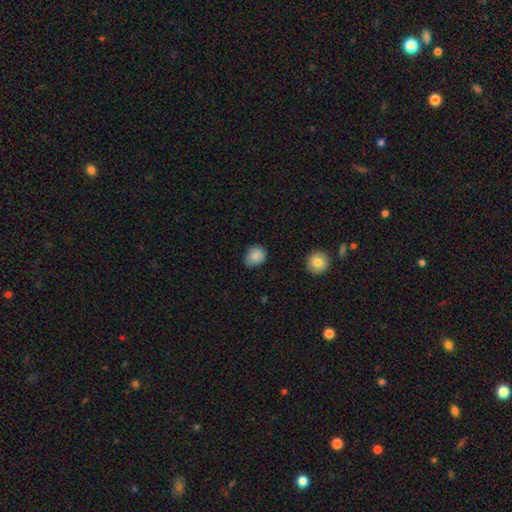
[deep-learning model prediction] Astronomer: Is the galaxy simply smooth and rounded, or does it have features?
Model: smooth — 84%.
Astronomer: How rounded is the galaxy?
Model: round — 68%.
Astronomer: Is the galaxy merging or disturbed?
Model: none — 67%.